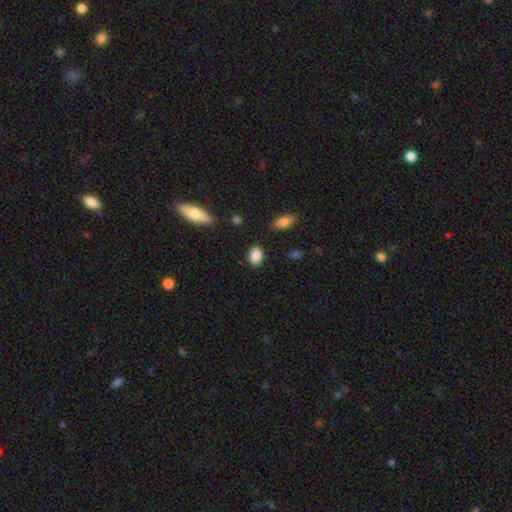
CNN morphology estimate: Q: Smooth or featured?
A: smooth (88%); runner-up: star or artifact (8%)
Q: How rounded?
A: in between (75%); runner-up: round (23%)
Q: Merging?
A: none (85%); runner-up: minor disturbance (11%)